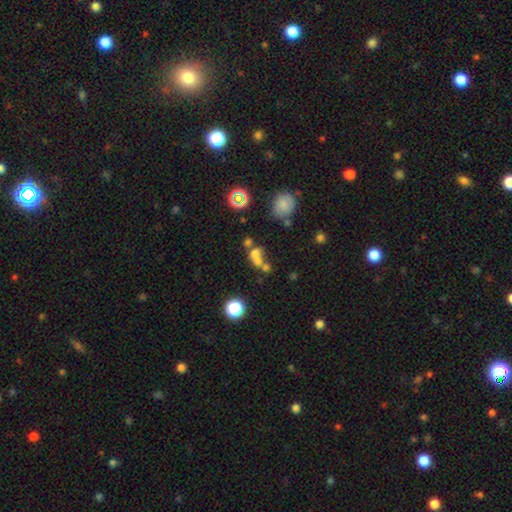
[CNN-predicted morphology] smooth 56%, featured or disk 22%, star or artifact 22%. Down the decision tree: how rounded — round (61%); merging — merger (58%).